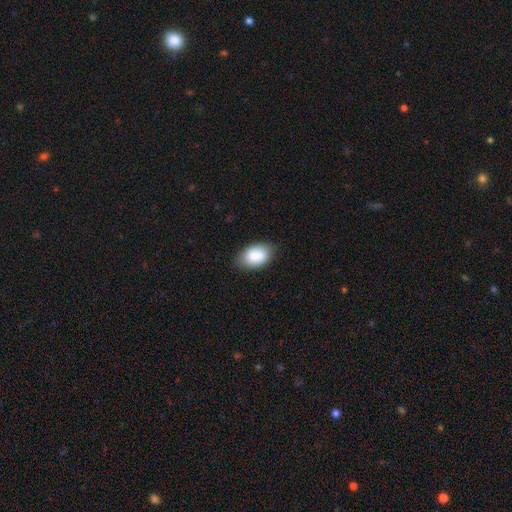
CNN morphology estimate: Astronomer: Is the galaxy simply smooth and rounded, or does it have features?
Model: smooth — 84%.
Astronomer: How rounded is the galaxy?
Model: in between — 92%.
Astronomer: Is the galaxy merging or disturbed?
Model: none — 79%.